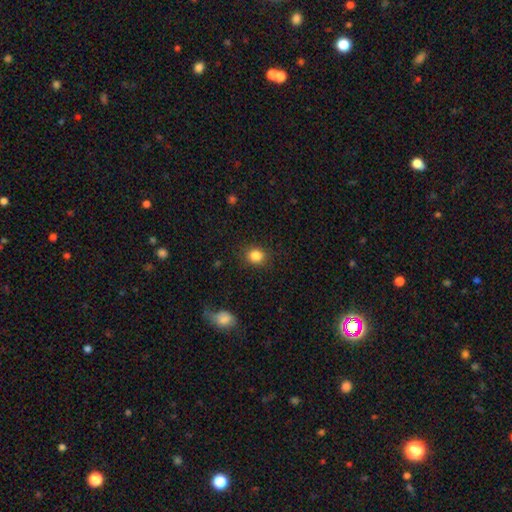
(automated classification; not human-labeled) smooth_or_featured: smooth (p=0.85) [alt: star or artifact p=0.10]
how_rounded: round (p=0.73) [alt: in between p=0.26]
merging: none (p=0.88) [alt: minor disturbance p=0.08]